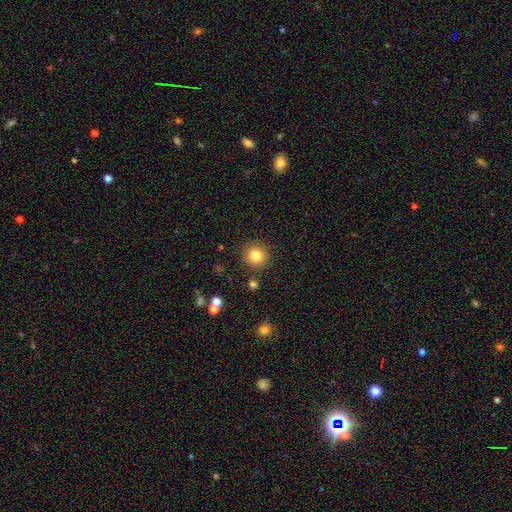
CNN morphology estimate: Overall: smooth (82%). How rounded: round (93%). Merging: none (88%).